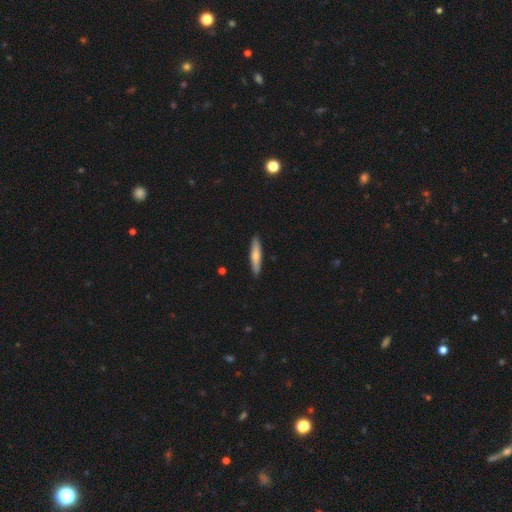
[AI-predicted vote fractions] The model was most divided on "smooth or featured": smooth: 69%, featured or disk: 26%, star or artifact: 5%. More confident: merging — none (90%); how rounded — cigar-shaped (87%).